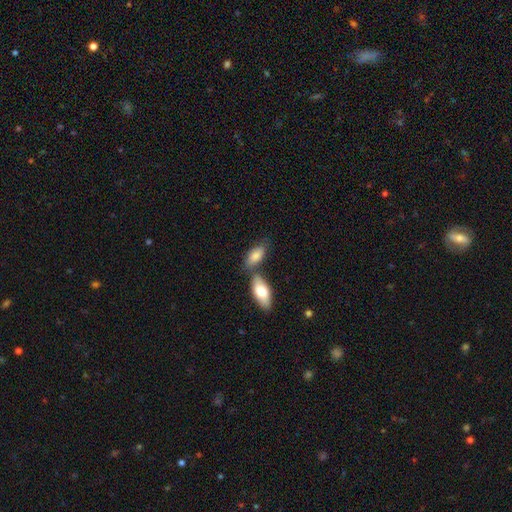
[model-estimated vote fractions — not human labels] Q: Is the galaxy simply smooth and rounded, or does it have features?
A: smooth — 81%.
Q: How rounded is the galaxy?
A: in between — 87%.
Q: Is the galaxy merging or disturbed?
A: none — 48%.